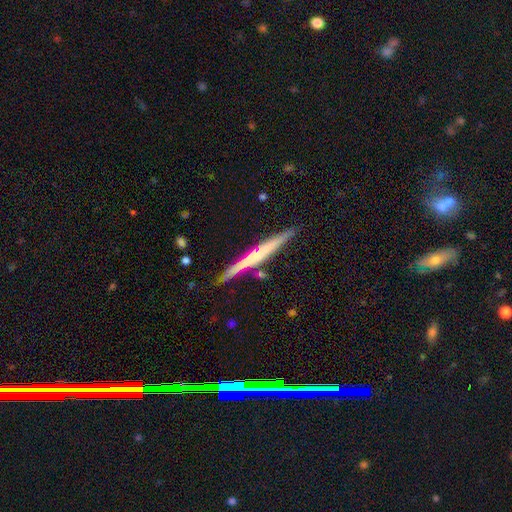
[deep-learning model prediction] A featured or disk galaxy (60%) viewed edge-on (97%) with no central bulge (56%).

Vote fractions:
- Smooth or featured? featured or disk: 60% / smooth: 34% / star or artifact: 6%
- Edge-on disk? yes: 97% / no: 3%
- Edge-on bulge? none: 56% / rounded: 32% / boxy: 12%
- Merging? none: 85% / minor disturbance: 10% / merger: 4% / major disturbance: 2%